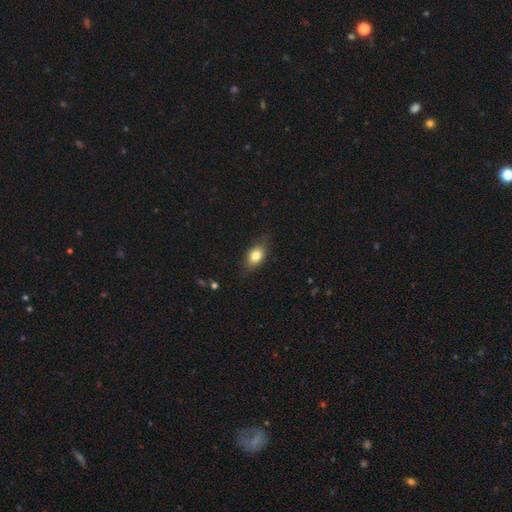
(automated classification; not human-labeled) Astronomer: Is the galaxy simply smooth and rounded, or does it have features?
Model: smooth — 79%.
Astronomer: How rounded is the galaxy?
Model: in between — 81%.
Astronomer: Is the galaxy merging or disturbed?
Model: none — 76%.